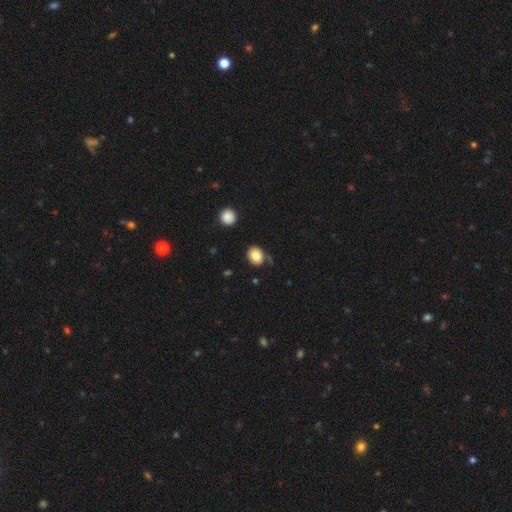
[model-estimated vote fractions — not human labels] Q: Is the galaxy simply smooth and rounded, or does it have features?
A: smooth — 82%.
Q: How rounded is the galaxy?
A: round — 59%.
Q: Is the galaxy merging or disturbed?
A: none — 70%.